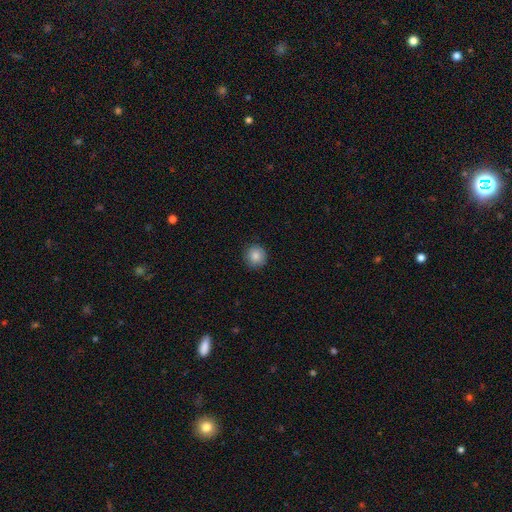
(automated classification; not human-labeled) Smooth or featured? Predicted: smooth (p=0.85). How rounded? Predicted: round (p=0.93). Merging? Predicted: none (p=0.88).